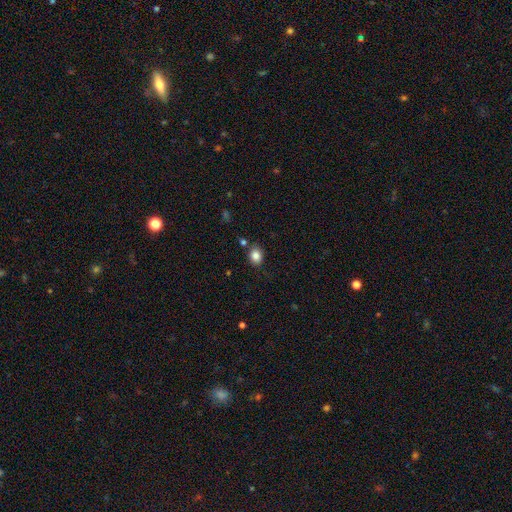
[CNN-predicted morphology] Smooth or featured? Predicted: smooth (p=0.85). How rounded? Predicted: in between (p=0.50). Merging? Predicted: none (p=0.81).